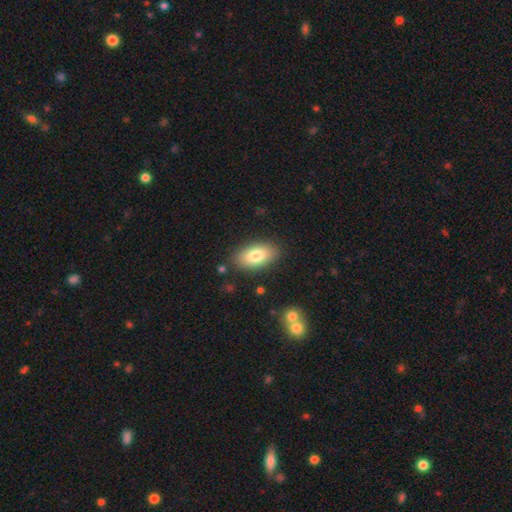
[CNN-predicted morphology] Smooth or featured: smooth — 79% (featured or disk — 14%)
How rounded: in between — 92% (round — 5%)
Merging: none — 85% (minor disturbance — 10%)